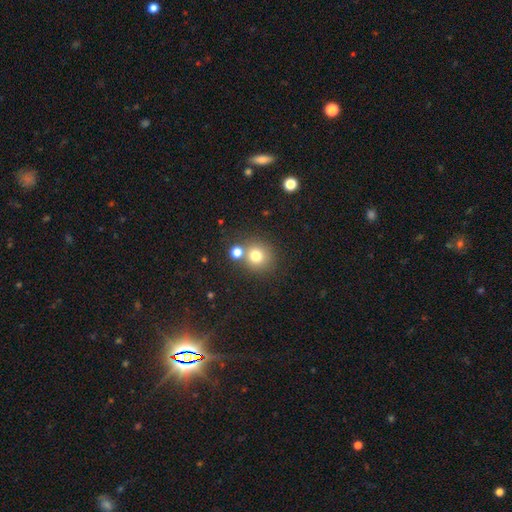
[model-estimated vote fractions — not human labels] The model was most divided on "merging": none: 67%, merger: 21%, minor disturbance: 9%, major disturbance: 4%. More confident: how rounded — round (89%); smooth or featured — smooth (76%).